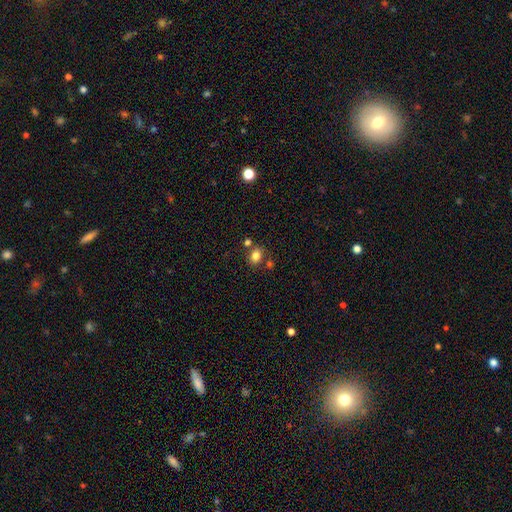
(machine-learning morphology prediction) Smooth or featured?
  - smooth: 81% *
  - star or artifact: 12%
  - featured or disk: 7%
How rounded?
  - round: 55% *
  - in between: 44%
  - cigar-shaped: 1%
Merging?
  - none: 70% *
  - merger: 15%
  - minor disturbance: 12%
  - major disturbance: 4%